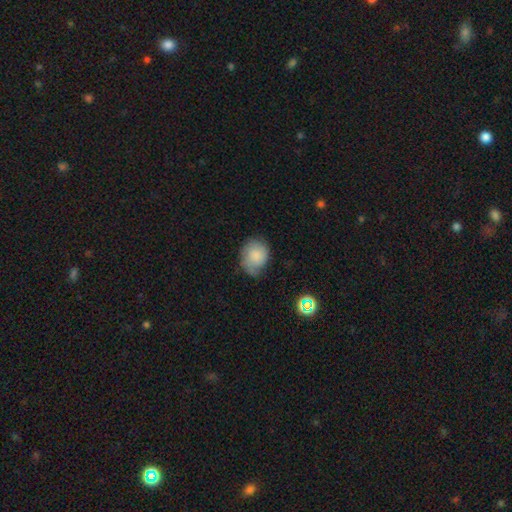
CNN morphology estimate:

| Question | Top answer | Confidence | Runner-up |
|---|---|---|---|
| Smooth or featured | smooth | 67% | featured or disk (24%) |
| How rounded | in between | 50% | round (49%) |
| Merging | none | 52% | minor disturbance (34%) |